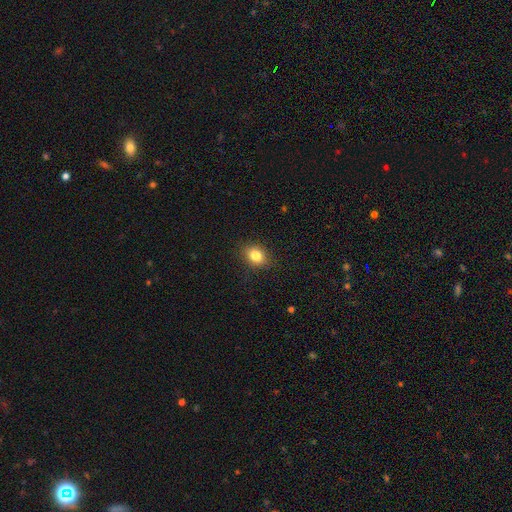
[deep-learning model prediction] smooth_or_featured: smooth (p=0.84) [alt: star or artifact p=0.10]
how_rounded: in between (p=0.61) [alt: round p=0.37]
merging: none (p=0.87) [alt: minor disturbance p=0.10]